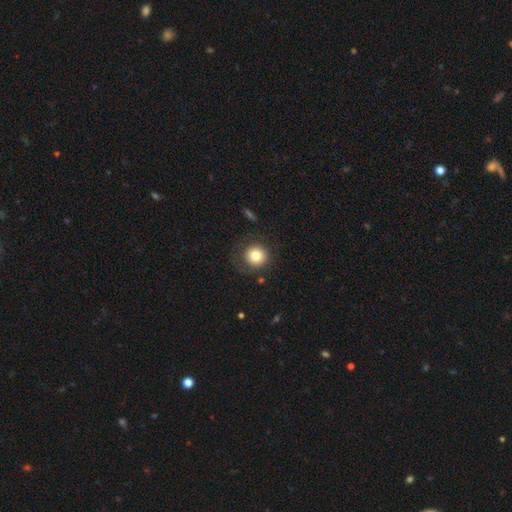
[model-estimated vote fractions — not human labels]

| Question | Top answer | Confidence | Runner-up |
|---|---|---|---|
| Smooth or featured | smooth | 80% | featured or disk (11%) |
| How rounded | round | 93% | in between (6%) |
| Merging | none | 75% | minor disturbance (14%) |